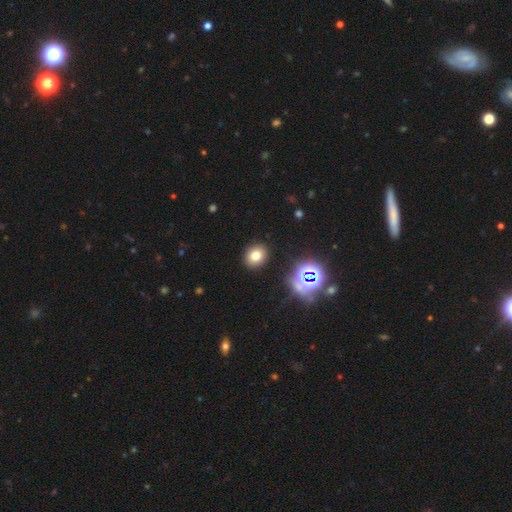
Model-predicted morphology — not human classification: smooth-or-featured: smooth: 73% | star or artifact: 18% | featured or disk: 9%
  how-rounded: round: 64% | in between: 35% | cigar-shaped: 1%
  merging: none: 89% | minor disturbance: 7% | major disturbance: 2% | merger: 2%